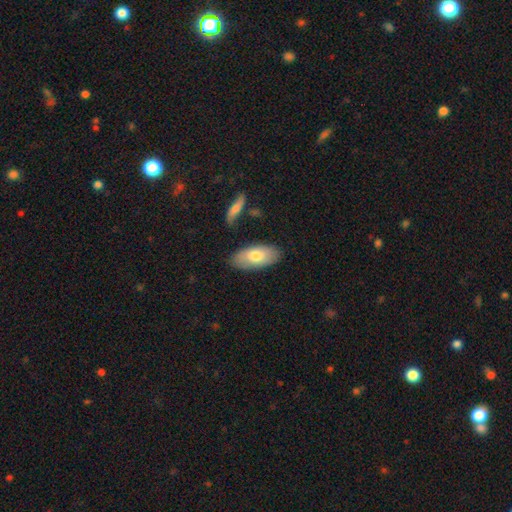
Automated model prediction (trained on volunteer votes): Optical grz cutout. It shows a smooth galaxy with no disk features (73%) that is in between round and cigar-shaped (92%). Merging: none (83%).